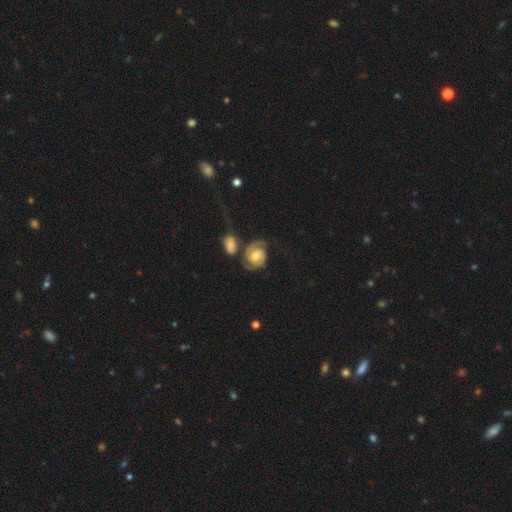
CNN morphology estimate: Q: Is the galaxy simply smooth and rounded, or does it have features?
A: featured or disk — 82%.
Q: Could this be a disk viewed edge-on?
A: no — 98%.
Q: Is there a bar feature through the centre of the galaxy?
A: no — 69%.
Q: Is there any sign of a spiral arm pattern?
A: yes — 96%.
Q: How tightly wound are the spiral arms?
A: tight — 47%.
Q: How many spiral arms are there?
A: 2 — 85%.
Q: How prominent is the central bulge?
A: moderate — 65%.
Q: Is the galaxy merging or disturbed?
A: none — 50%.